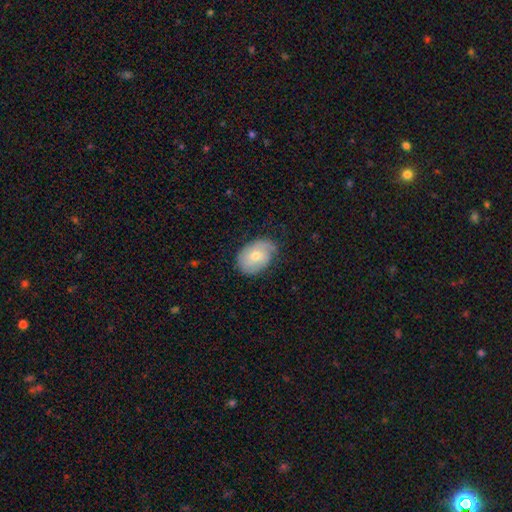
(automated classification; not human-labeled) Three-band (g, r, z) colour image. It shows a smooth galaxy with no disk features (60%) that is in between round and cigar-shaped (76%). Merging: none (62%).